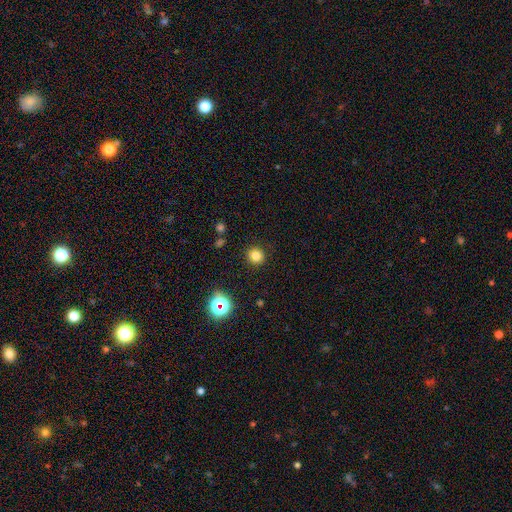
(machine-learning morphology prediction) A smooth galaxy with no disk features (80%) that is round (89%).

Vote fractions:
- Smooth or featured? smooth: 80% / star or artifact: 15% / featured or disk: 5%
- How rounded? round: 89% / in between: 10% / cigar-shaped: 1%
- Merging? none: 90% / minor disturbance: 6% / major disturbance: 2% / merger: 1%